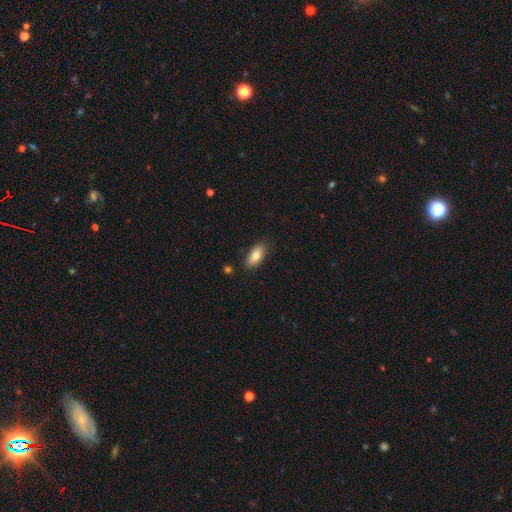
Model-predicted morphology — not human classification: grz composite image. It shows a smooth galaxy with no disk features (83%) that is in between round and cigar-shaped (88%). Merging: none (84%).